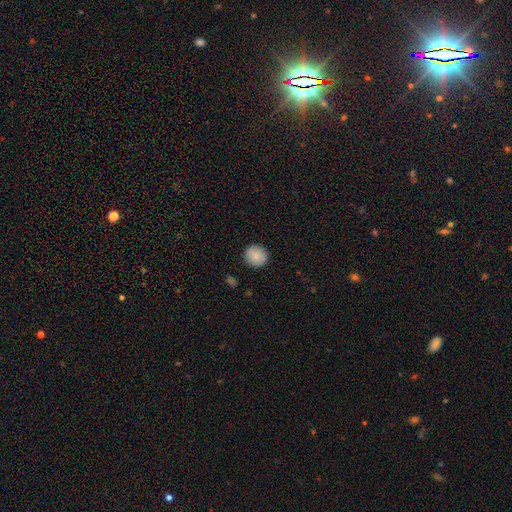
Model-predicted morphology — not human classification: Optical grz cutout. It shows a smooth galaxy with no disk features (89%) that is round (90%). Merging: none (90%).